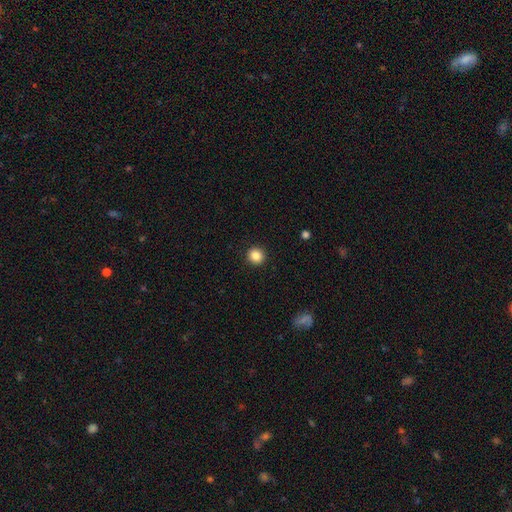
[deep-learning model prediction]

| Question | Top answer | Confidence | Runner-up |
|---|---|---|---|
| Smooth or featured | smooth | 86% | star or artifact (10%) |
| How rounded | round | 93% | in between (6%) |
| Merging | none | 93% | minor disturbance (5%) |